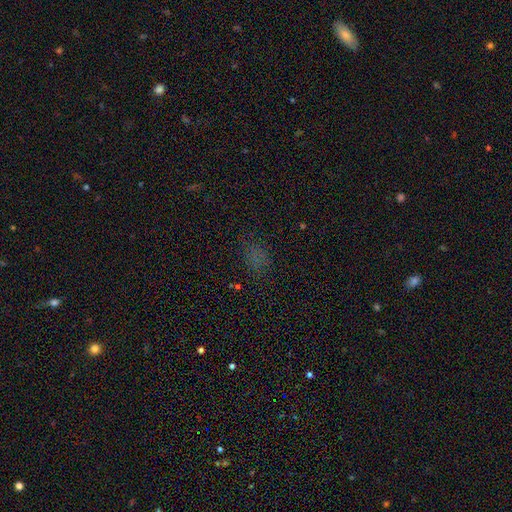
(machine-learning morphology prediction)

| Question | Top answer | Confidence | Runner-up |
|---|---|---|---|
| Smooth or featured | smooth | 54% | star or artifact (37%) |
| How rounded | in between | 56% | round (41%) |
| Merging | none | 77% | minor disturbance (14%) |